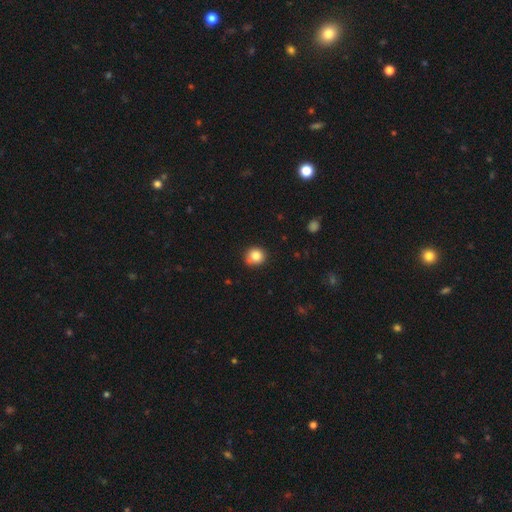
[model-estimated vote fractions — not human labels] Smooth or featured? smooth (83%)
How rounded? round (85%)
Merging? none (80%)